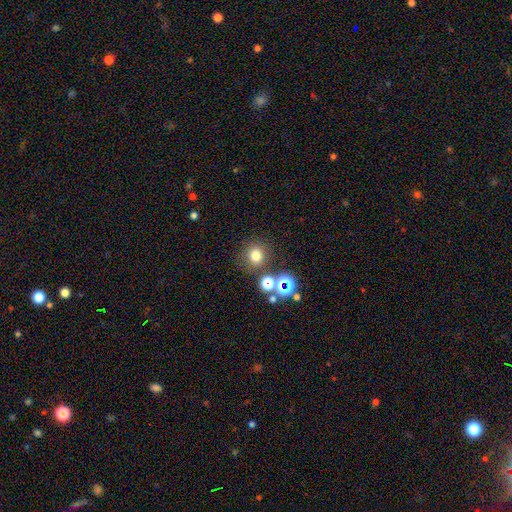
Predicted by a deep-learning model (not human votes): A smooth galaxy with no disk features (72%) that is round (90%). Merging: none (79%).